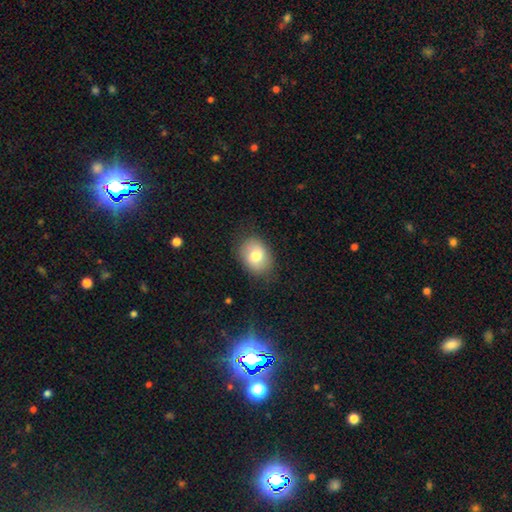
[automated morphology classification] A smooth galaxy with no disk features (78%) that is in between round and cigar-shaped (63%). Merging: none (81%).